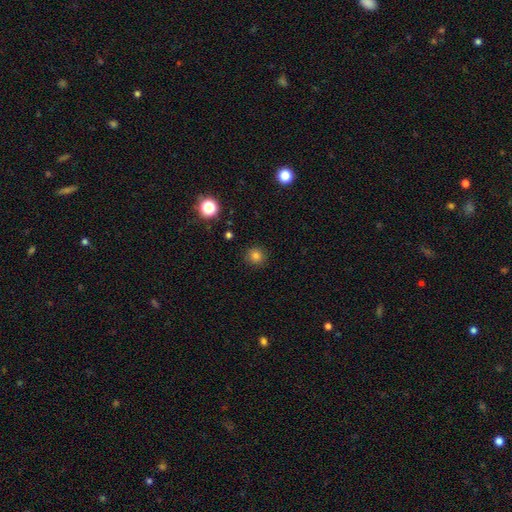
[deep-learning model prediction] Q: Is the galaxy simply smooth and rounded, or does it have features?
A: smooth — 80%.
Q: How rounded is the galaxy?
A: round — 93%.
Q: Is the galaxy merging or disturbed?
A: none — 90%.